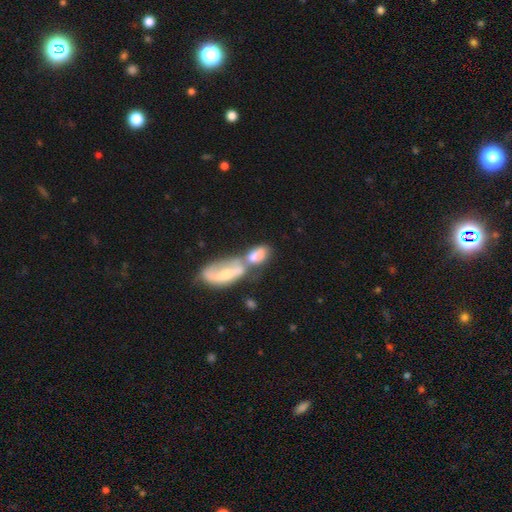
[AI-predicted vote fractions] This is likely a smooth galaxy (61%). How rounded: clearly in between (87%). Merging: likely merger (71%).